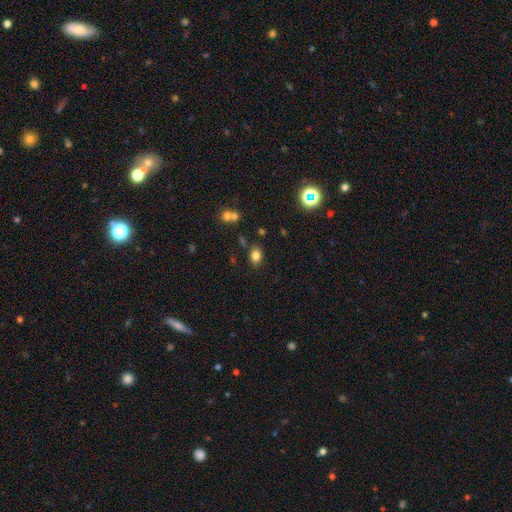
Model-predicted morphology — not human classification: smooth-or-featured: smooth: 80% | star or artifact: 13% | featured or disk: 7%
  how-rounded: in between: 66% | round: 33% | cigar-shaped: 1%
  merging: none: 80% | minor disturbance: 11% | merger: 5% | major disturbance: 3%